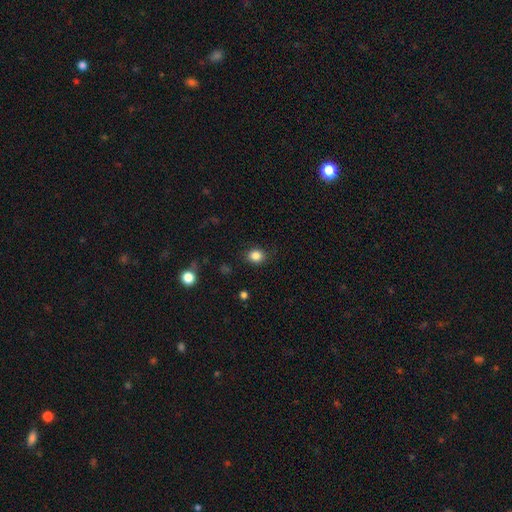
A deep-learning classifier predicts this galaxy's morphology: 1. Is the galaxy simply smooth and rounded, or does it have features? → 85% smooth, 11% star or artifact, 4% featured or disk.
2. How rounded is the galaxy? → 67% round, 32% in between, 1% cigar-shaped.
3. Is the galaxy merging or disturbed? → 85% none, 10% minor disturbance, 3% major disturbance, 1% merger.